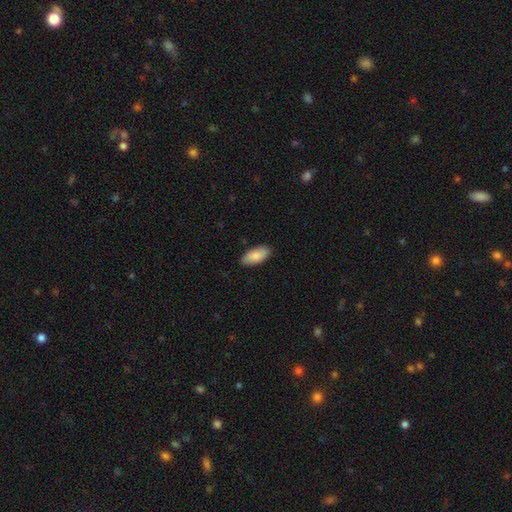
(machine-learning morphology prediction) smooth-or-featured: smooth: 86% | featured or disk: 8% | star or artifact: 6%
  how-rounded: in between: 90% | cigar-shaped: 9% | round: 2%
  merging: none: 88% | minor disturbance: 9% | major disturbance: 2% | merger: 1%